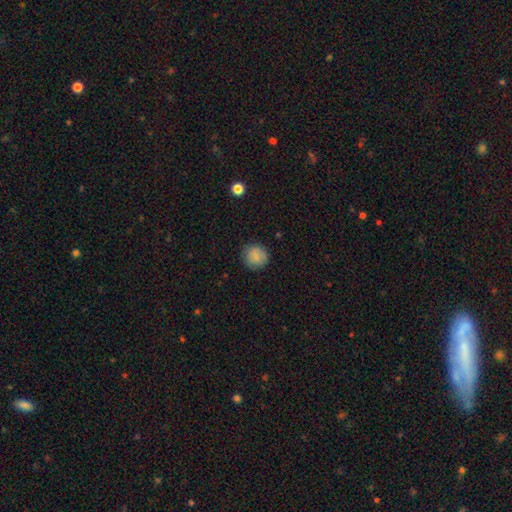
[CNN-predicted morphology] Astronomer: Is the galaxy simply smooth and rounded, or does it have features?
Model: smooth — 84%.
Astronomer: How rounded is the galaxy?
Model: round — 89%.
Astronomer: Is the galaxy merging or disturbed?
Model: none — 86%.